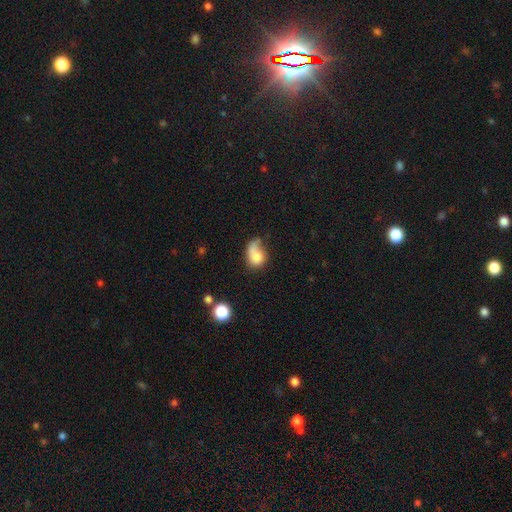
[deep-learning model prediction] Q: Smooth or featured?
A: smooth (70%); runner-up: featured or disk (20%)
Q: How rounded?
A: in between (63%); runner-up: round (35%)
Q: Merging?
A: major disturbance (29%); runner-up: none (26%)